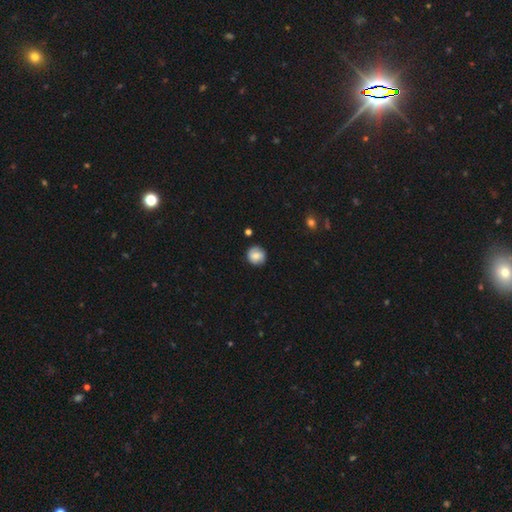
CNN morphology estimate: A smooth galaxy with no disk features (77%) that is round (90%).

Vote fractions:
- Smooth or featured? smooth: 77% / featured or disk: 15% / star or artifact: 8%
- How rounded? round: 90% / in between: 9% / cigar-shaped: 1%
- Merging? none: 86% / minor disturbance: 10% / major disturbance: 2% / merger: 2%